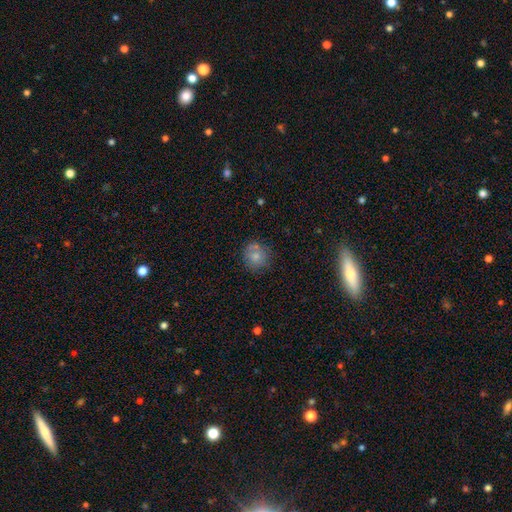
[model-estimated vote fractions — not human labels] Smooth or featured? Predicted: smooth (p=0.76). How rounded? Predicted: round (p=0.85). Merging? Predicted: none (p=0.68).